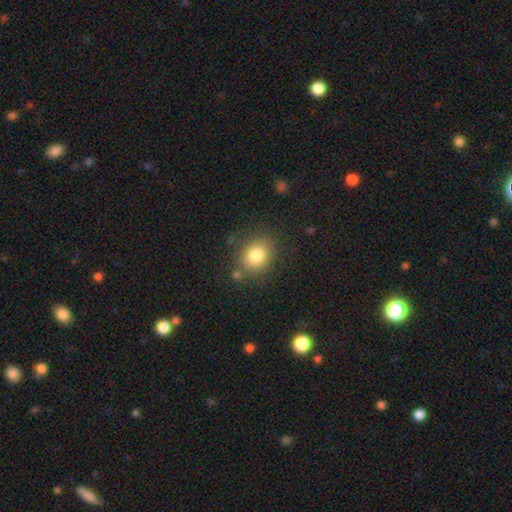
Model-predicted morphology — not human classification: smooth-or-featured: smooth: 82% | star or artifact: 10% | featured or disk: 8%
  how-rounded: round: 58% | in between: 41% | cigar-shaped: 1%
  merging: none: 78% | minor disturbance: 12% | merger: 5% | major disturbance: 4%